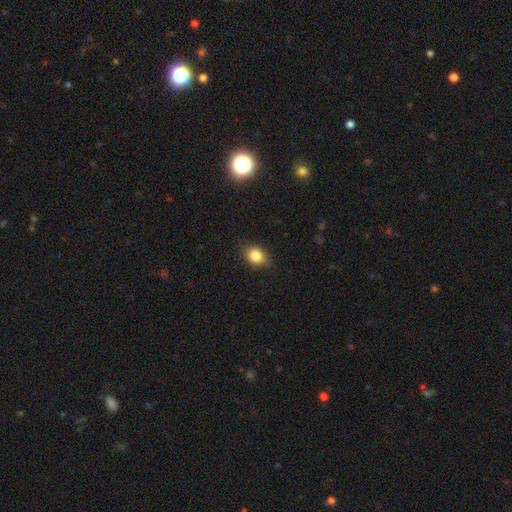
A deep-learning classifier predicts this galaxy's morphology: Smooth or featured: smooth — 84% (star or artifact — 10%)
How rounded: in between — 51% (round — 48%)
Merging: none — 84% (minor disturbance — 12%)